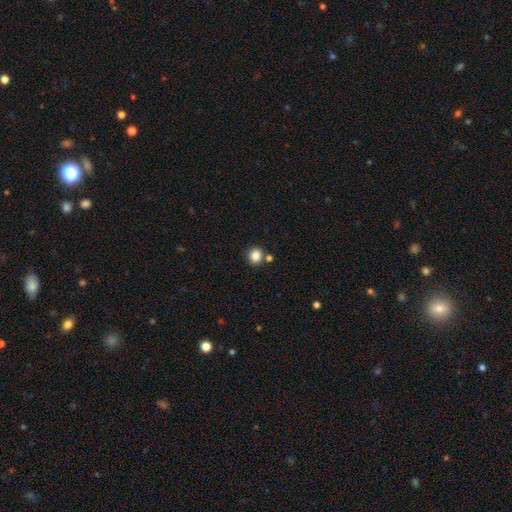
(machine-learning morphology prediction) A smooth galaxy with no disk features (85%) that is round (80%).

Vote fractions:
- Smooth or featured? smooth: 85% / star or artifact: 11% / featured or disk: 4%
- How rounded? round: 80% / in between: 20% / cigar-shaped: 1%
- Merging? none: 76% / merger: 12% / minor disturbance: 9% / major disturbance: 3%